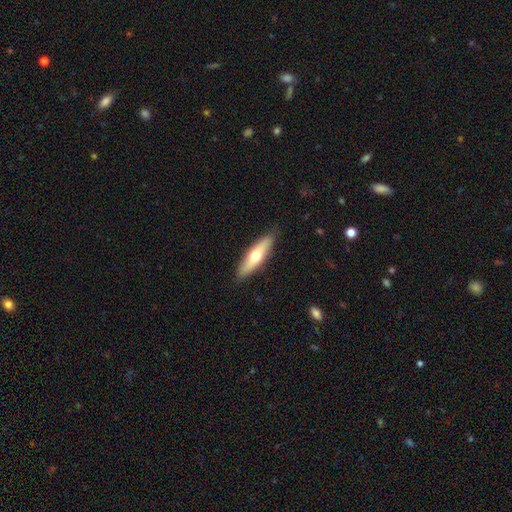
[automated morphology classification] Smooth or featured? Predicted: smooth (p=0.52). How rounded? Predicted: cigar-shaped (p=0.69). Merging? Predicted: none (p=0.88).